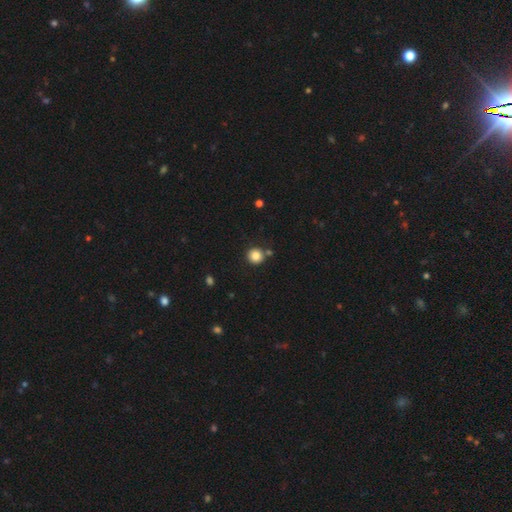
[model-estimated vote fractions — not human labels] Smooth or featured? Predicted: smooth (p=0.84). How rounded? Predicted: round (p=0.93). Merging? Predicted: none (p=0.82).